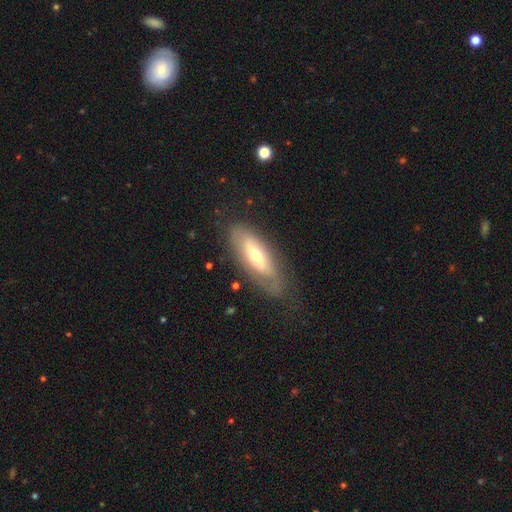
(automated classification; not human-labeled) A featured or disk galaxy (54%).

Vote fractions:
- Smooth or featured? featured or disk: 54% / smooth: 39% / star or artifact: 7%
- Edge-on disk? no: 61% / yes: 39%
- Merging? none: 66% / minor disturbance: 21% / major disturbance: 11% / merger: 2%